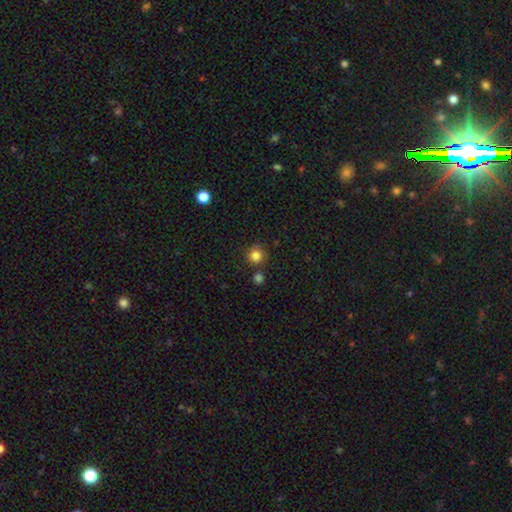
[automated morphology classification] Smooth or featured?
  - smooth: 84% *
  - star or artifact: 11%
  - featured or disk: 5%
How rounded?
  - round: 92% *
  - in between: 7%
  - cigar-shaped: 1%
Merging?
  - none: 79% *
  - minor disturbance: 10%
  - merger: 8%
  - major disturbance: 3%